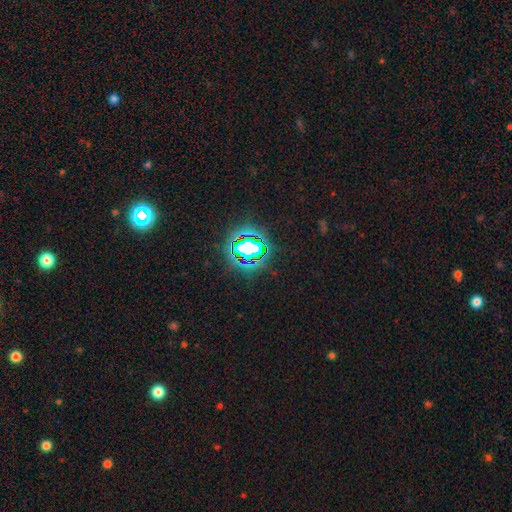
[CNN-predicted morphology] The model was most divided on "smooth or featured": star or artifact: 70%, smooth: 18%, featured or disk: 11%.